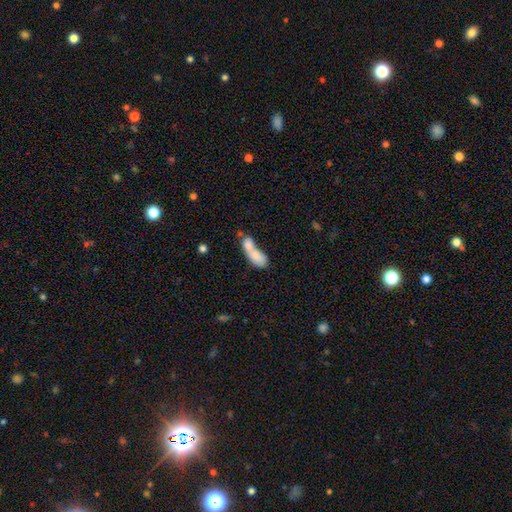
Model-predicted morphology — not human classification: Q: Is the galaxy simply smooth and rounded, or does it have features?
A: smooth — 72%.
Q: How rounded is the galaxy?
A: in between — 74%.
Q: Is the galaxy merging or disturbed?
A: merger — 75%.